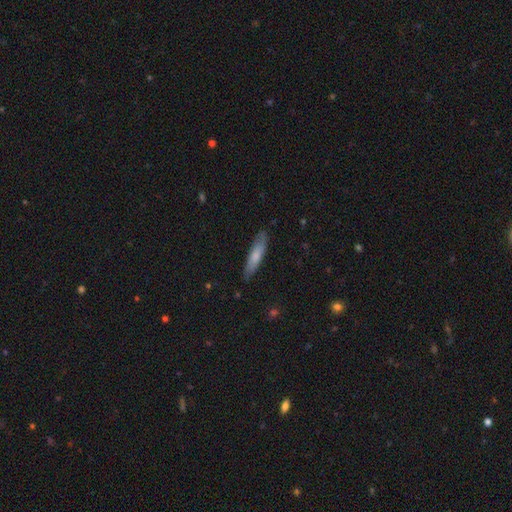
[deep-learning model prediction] Q: Smooth or featured?
A: smooth (71%); runner-up: featured or disk (23%)
Q: How rounded?
A: cigar-shaped (81%); runner-up: in between (18%)
Q: Merging?
A: none (83%); runner-up: minor disturbance (13%)